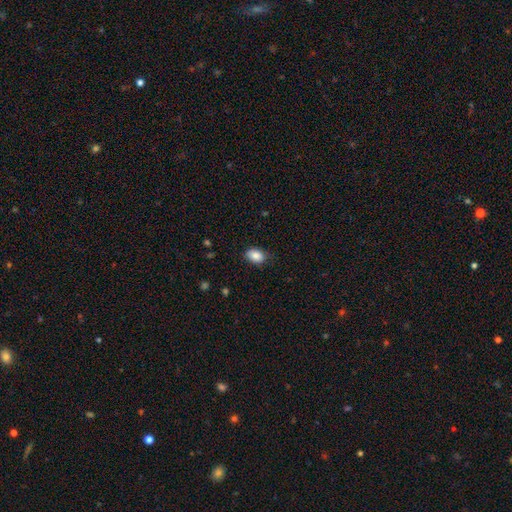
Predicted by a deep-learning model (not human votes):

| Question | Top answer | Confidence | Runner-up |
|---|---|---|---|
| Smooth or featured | smooth | 86% | star or artifact (8%) |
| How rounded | in between | 82% | round (17%) |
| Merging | none | 79% | minor disturbance (17%) |